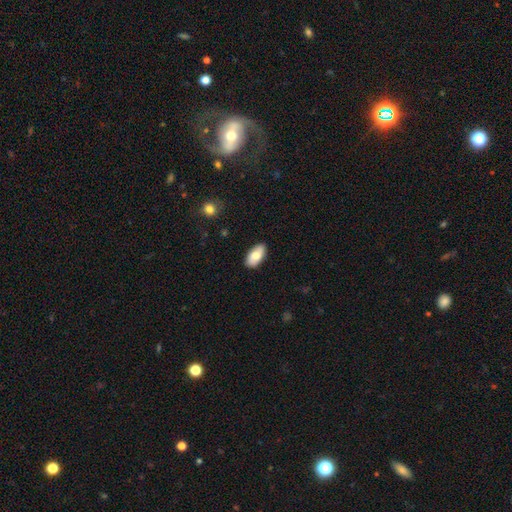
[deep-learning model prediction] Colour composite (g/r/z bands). It shows a smooth galaxy with no disk features (76%) that is in between round and cigar-shaped (94%). Merging: none (87%).